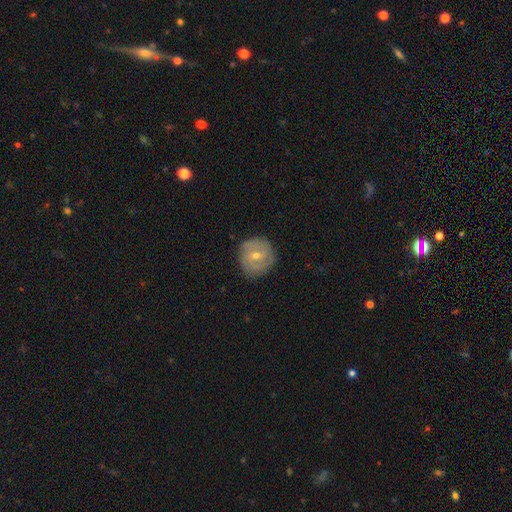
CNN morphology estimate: This appears to be a featured or disk galaxy (66%) with a weak bar (54%), 2 (52%) tight (58%) spiral arms (81%) and a moderate central bulge (51%). Merging: none (83%).